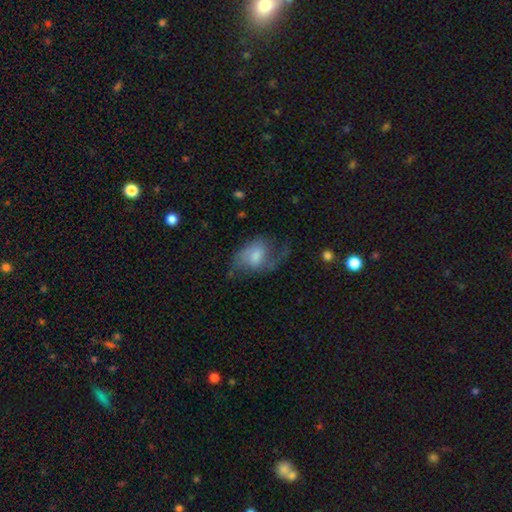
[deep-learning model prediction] Smooth or featured: featured or disk — 64% (smooth — 27%)
Edge-on disk: no — 96% (yes — 4%)
Bar: no — 53% (weak — 40%)
Spiral arms: yes — 87% (no — 13%)
Spiral winding: loose — 55% (medium — 36%)
Spiral arm count: 2 — 78% (1 — 10%)
Bulge size: moderate — 46% (small — 28%)
Merging: none — 48% (major disturbance — 26%)